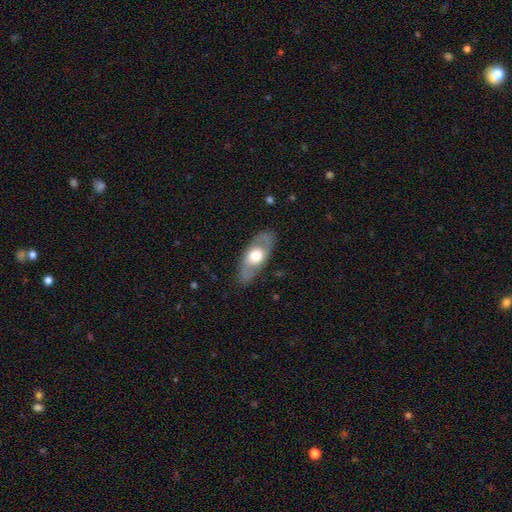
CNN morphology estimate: Q: Smooth or featured?
A: featured or disk (57%); runner-up: smooth (38%)
Q: Edge-on disk?
A: no (74%); runner-up: yes (26%)
Q: Merging?
A: none (83%); runner-up: minor disturbance (12%)